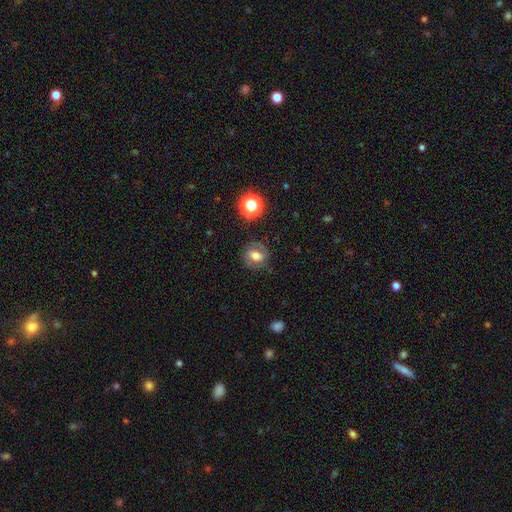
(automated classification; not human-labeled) Q: Smooth or featured?
A: smooth (57%); runner-up: featured or disk (29%)
Q: How rounded?
A: round (70%); runner-up: in between (28%)
Q: Merging?
A: none (79%); runner-up: minor disturbance (13%)